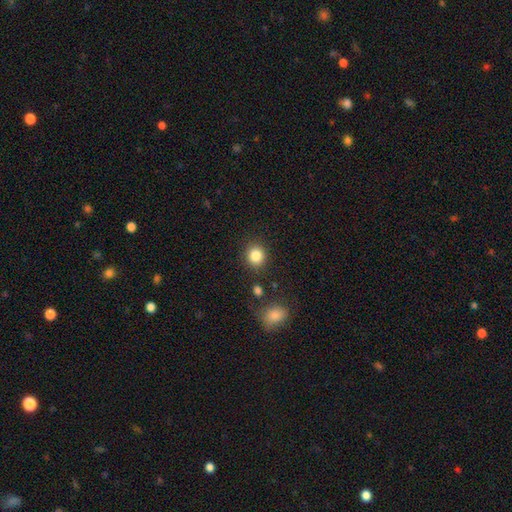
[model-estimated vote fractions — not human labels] Smooth or featured? smooth (85%)
How rounded? round (83%)
Merging? none (86%)